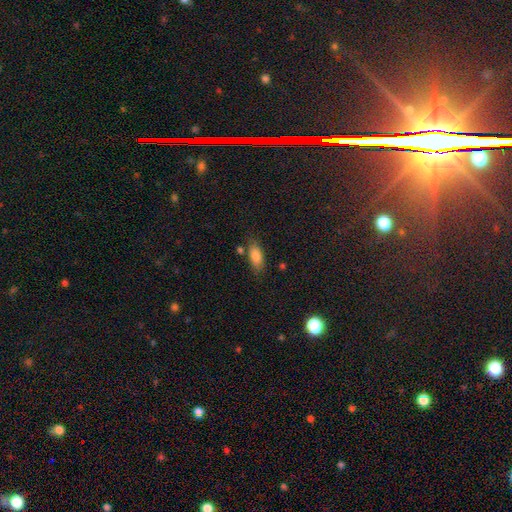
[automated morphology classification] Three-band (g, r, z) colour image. It shows a smooth galaxy with no disk features (84%) that is in between round and cigar-shaped (84%). Merging: none (71%).